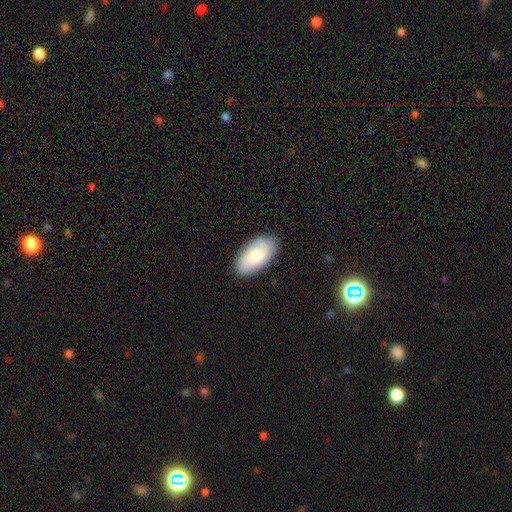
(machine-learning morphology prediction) This is likely a smooth galaxy (71%). How rounded: clearly in between (95%). Merging: clearly none (84%).